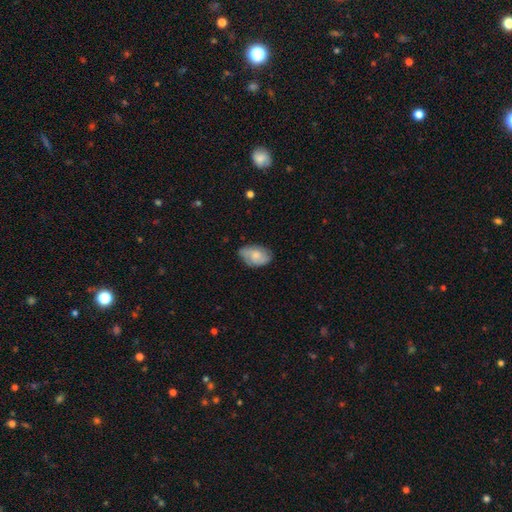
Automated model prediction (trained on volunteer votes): Morphology: type=smooth (59%); roundness=in between (89%); merging=none (67%).